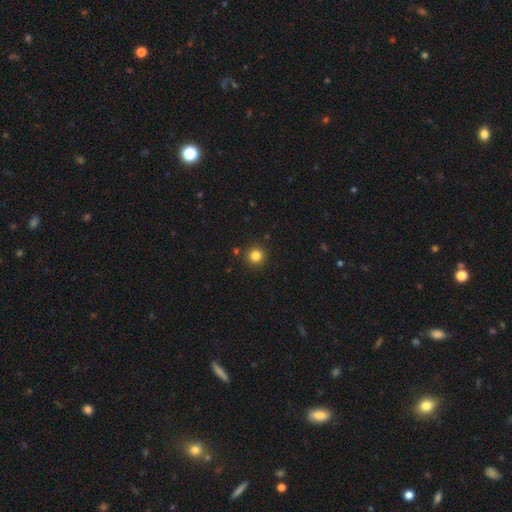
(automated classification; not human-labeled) Smooth or featured: smooth — 83% (star or artifact — 12%)
How rounded: round — 95% (in between — 4%)
Merging: none — 90% (minor disturbance — 5%)